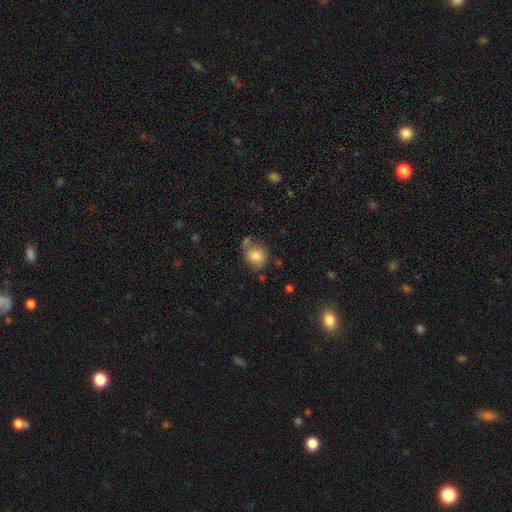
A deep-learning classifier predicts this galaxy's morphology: A smooth galaxy with no disk features (82%) that is round (70%). Merging: none (63%).